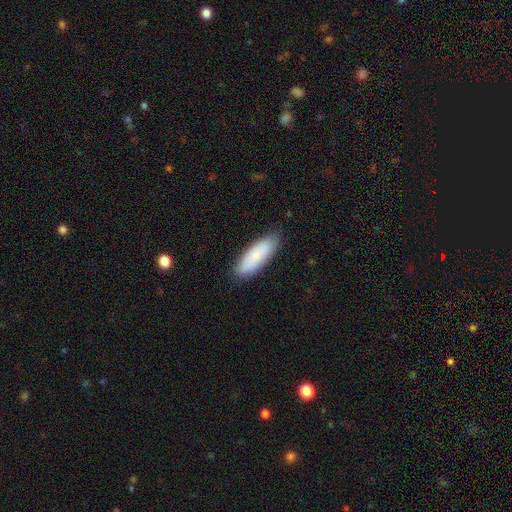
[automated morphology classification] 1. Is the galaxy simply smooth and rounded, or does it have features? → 78% smooth, 16% featured or disk, 6% star or artifact.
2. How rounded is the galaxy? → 60% in between, 38% cigar-shaped, 2% round.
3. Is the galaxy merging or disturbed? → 83% none, 13% minor disturbance, 2% major disturbance, 1% merger.